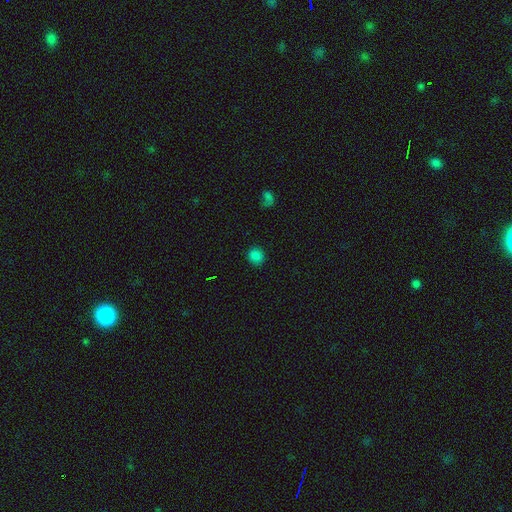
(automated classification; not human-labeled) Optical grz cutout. It shows a smooth galaxy with no disk features (83%) that is round (83%). Merging: none (90%).